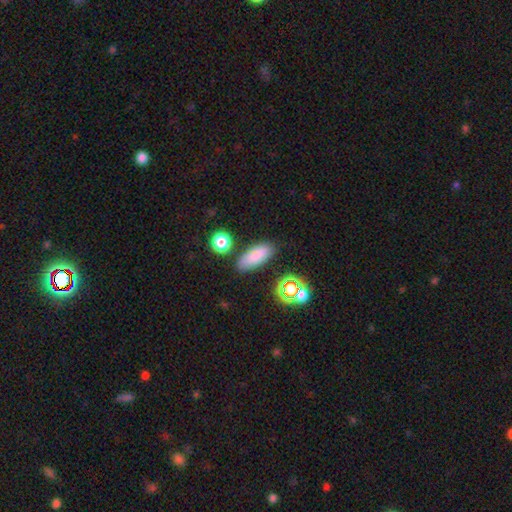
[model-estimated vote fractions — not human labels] The model was most divided on "how rounded": in between: 75%, cigar-shaped: 20%, round: 4%. More confident: smooth or featured — smooth (80%); merging — none (80%).